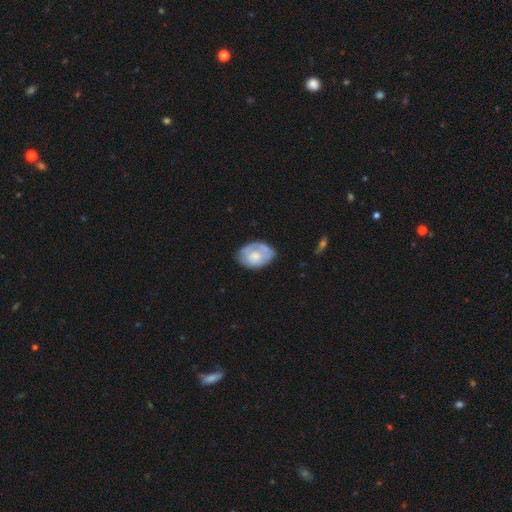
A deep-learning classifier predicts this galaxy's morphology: A smooth galaxy with no disk features (54%) that is in between round and cigar-shaped (80%).

Vote fractions:
- Smooth or featured? smooth: 54% / featured or disk: 39% / star or artifact: 6%
- How rounded? in between: 80% / round: 18% / cigar-shaped: 1%
- Merging? none: 57% / minor disturbance: 30% / major disturbance: 11% / merger: 3%